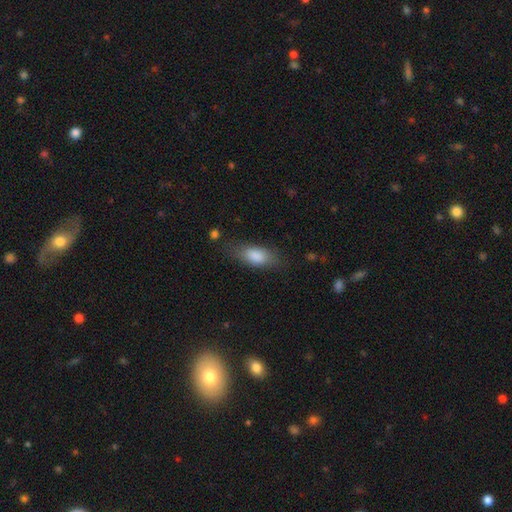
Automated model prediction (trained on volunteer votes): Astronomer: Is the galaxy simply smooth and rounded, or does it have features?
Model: smooth — 83%.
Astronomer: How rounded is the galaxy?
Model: in between — 81%.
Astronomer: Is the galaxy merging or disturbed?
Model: none — 75%.